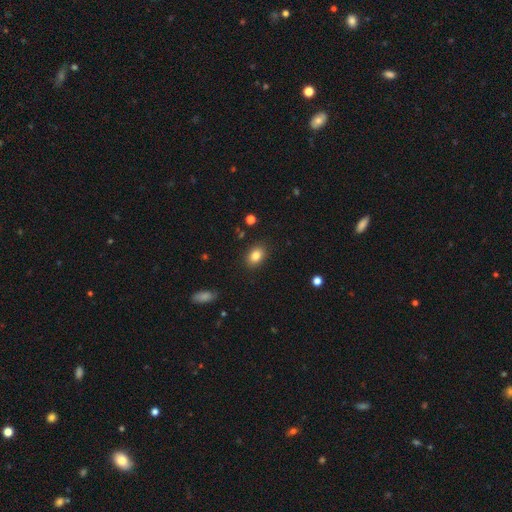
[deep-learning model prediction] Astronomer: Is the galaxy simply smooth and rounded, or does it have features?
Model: smooth — 84%.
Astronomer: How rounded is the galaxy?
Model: in between — 78%.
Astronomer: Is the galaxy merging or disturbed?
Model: none — 87%.